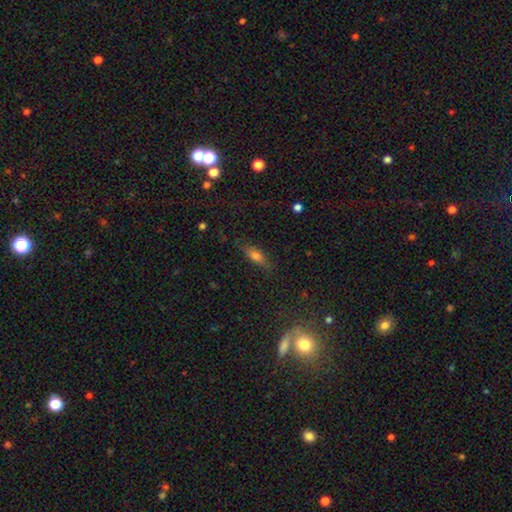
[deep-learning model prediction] Smooth or featured?
  - smooth: 59% *
  - featured or disk: 29%
  - star or artifact: 12%
How rounded?
  - in between: 52% *
  - cigar-shaped: 44%
  - round: 4%
Merging?
  - none: 81% *
  - minor disturbance: 14%
  - major disturbance: 4%
  - merger: 1%